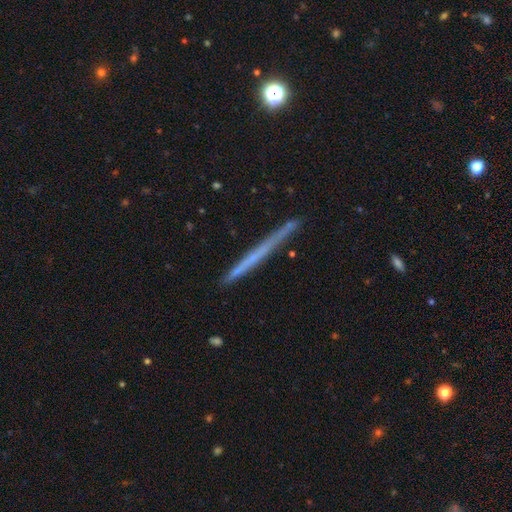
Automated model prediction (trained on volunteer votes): featured or disk 53%, smooth 40%, star or artifact 7%. Down the decision tree: edge-on disk — yes (97%); edge-on bulge — none (91%); merging — none (89%).